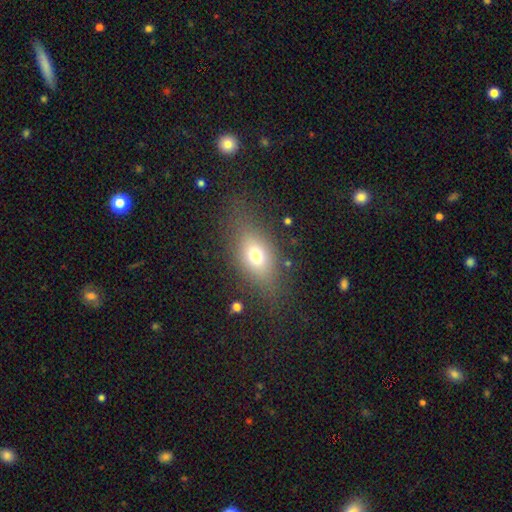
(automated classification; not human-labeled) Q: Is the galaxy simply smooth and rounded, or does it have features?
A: smooth — 68%.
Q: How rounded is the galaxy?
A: in between — 73%.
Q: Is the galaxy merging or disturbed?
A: none — 74%.